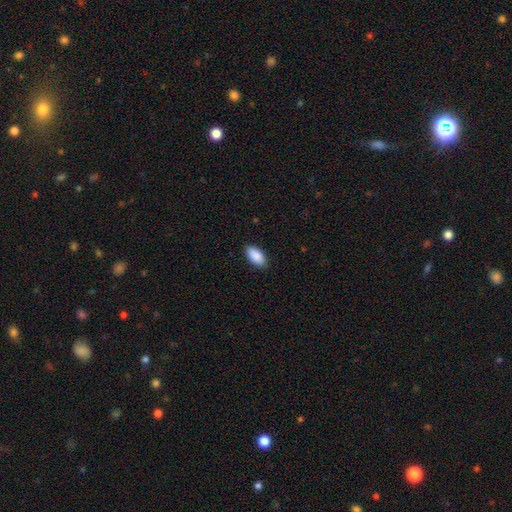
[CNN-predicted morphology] smooth 90%, star or artifact 6%, featured or disk 3%. Down the decision tree: how rounded — in between (94%); merging — none (88%).